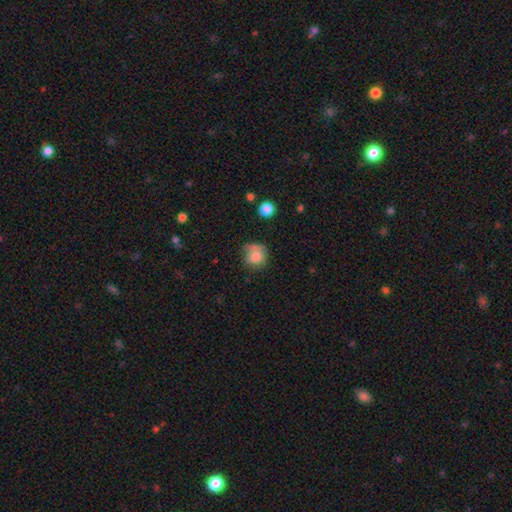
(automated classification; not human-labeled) smooth_or_featured: smooth (p=0.78) [alt: featured or disk p=0.13]
how_rounded: round (p=0.82) [alt: in between p=0.17]
merging: none (p=0.51) [alt: minor disturbance p=0.28]